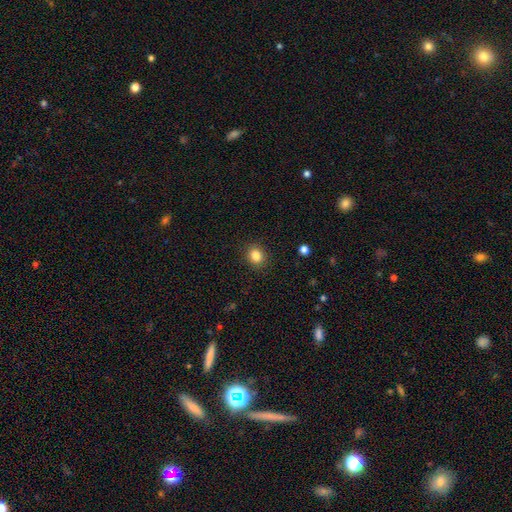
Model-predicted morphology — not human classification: smooth_or_featured: smooth (p=0.84) [alt: star or artifact p=0.11]
how_rounded: round (p=0.73) [alt: in between p=0.26]
merging: none (p=0.89) [alt: minor disturbance p=0.07]